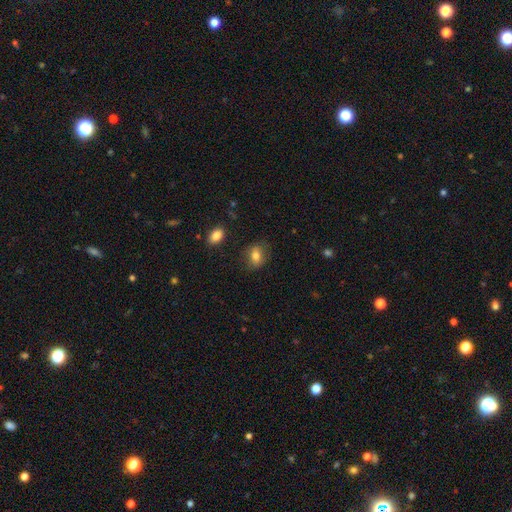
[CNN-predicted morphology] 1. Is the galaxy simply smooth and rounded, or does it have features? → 78% smooth, 13% featured or disk, 9% star or artifact.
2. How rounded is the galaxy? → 66% in between, 32% round, 2% cigar-shaped.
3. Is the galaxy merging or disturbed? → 78% none, 16% minor disturbance, 5% major disturbance, 2% merger.